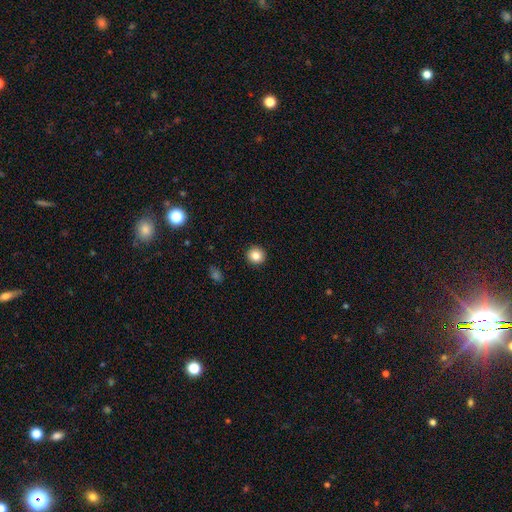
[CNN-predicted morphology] A smooth galaxy with no disk features (84%) that is round (93%).

Vote fractions:
- Smooth or featured? smooth: 84% / star or artifact: 10% / featured or disk: 6%
- How rounded? round: 93% / in between: 6% / cigar-shaped: 1%
- Merging? none: 93% / minor disturbance: 4% / major disturbance: 2% / merger: 1%